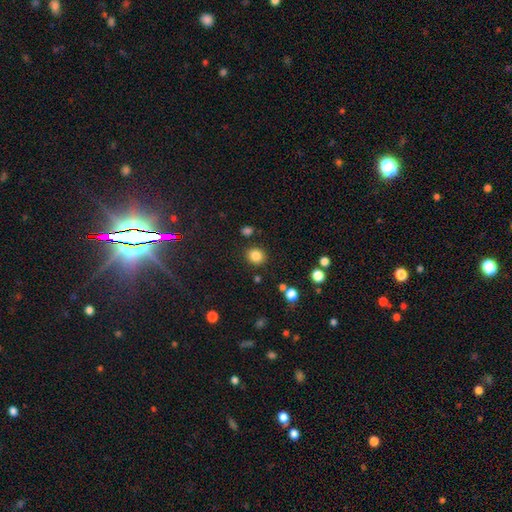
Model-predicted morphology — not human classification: Q: Smooth or featured?
A: smooth (84%); runner-up: star or artifact (11%)
Q: How rounded?
A: round (78%); runner-up: in between (21%)
Q: Merging?
A: none (86%); runner-up: minor disturbance (8%)